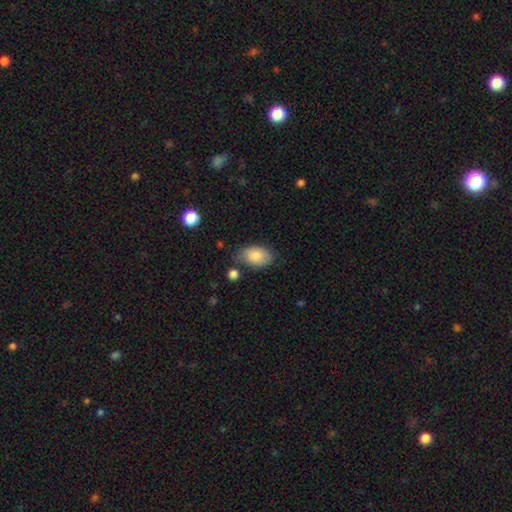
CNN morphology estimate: A smooth galaxy with no disk features (85%) that is in between round and cigar-shaped (90%).

Vote fractions:
- Smooth or featured? smooth: 85% / featured or disk: 8% / star or artifact: 7%
- How rounded? in between: 90% / round: 8% / cigar-shaped: 1%
- Merging? none: 68% / minor disturbance: 22% / merger: 5% / major disturbance: 5%